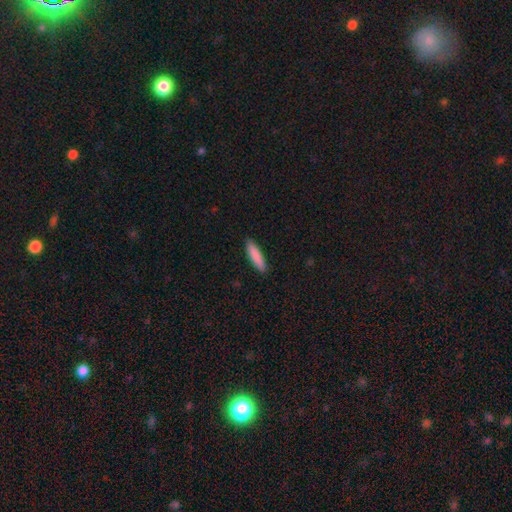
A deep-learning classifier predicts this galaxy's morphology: A smooth galaxy with no disk features (88%) that is cigar-shaped (75%).

Vote fractions:
- Smooth or featured? smooth: 88% / featured or disk: 6% / star or artifact: 5%
- How rounded? cigar-shaped: 75% / in between: 23% / round: 1%
- Merging? none: 90% / minor disturbance: 7% / major disturbance: 2% / merger: 1%